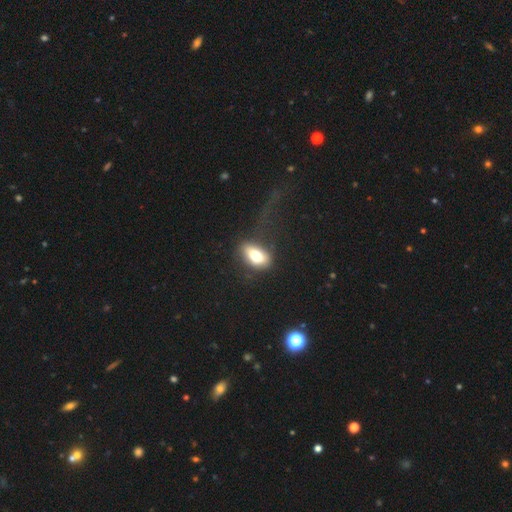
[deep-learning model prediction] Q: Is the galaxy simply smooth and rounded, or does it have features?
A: smooth — 74%.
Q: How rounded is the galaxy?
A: in between — 86%.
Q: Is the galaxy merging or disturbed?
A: none — 53%.